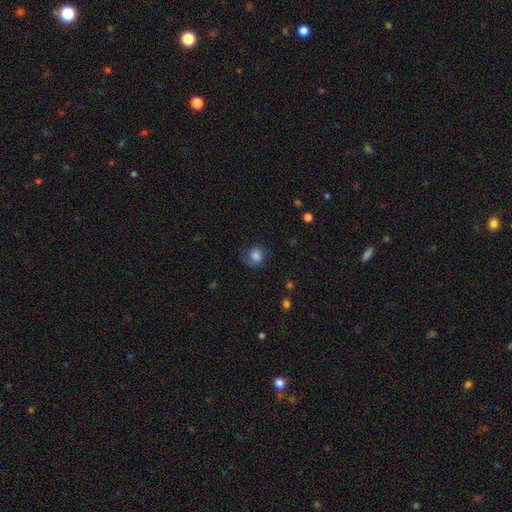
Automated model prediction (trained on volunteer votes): Smooth or featured? smooth (80%)
How rounded? round (81%)
Merging? none (67%)